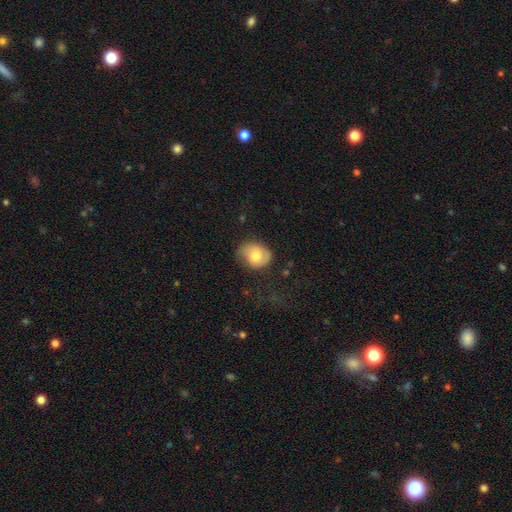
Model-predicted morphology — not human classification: This is likely a smooth galaxy (63%). How rounded: possibly round (54%). Merging: possibly none (56%).